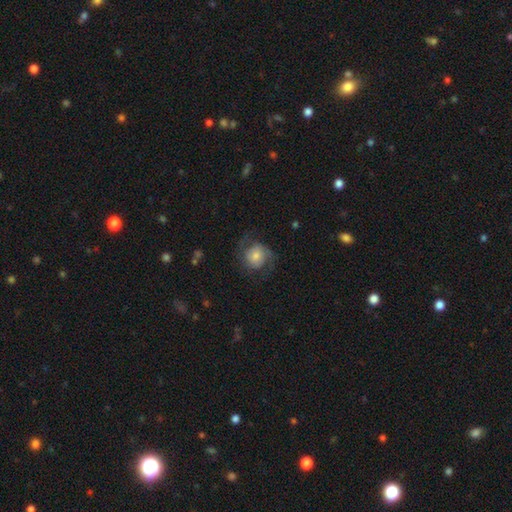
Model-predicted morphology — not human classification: This is likely a featured or disk galaxy (63%). It is clearly not viewed edge-on (98%). Bar: likely no (70%). Spiral arm pattern: clearly yes (90%). Spiral arm count: clearly 2 (83%). Spiral winding: possibly medium (46%). Central bulge: marginally moderate (42%). Merging: likely none (67%).